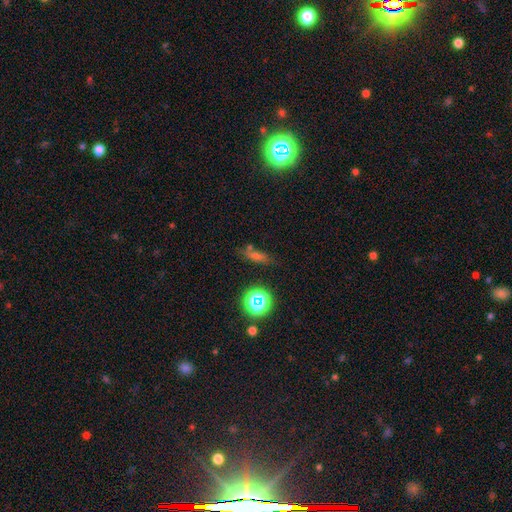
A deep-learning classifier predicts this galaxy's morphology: smooth_or_featured: smooth (p=0.48) [alt: star or artifact p=0.34]
merging: none (p=0.72) [alt: minor disturbance p=0.15]